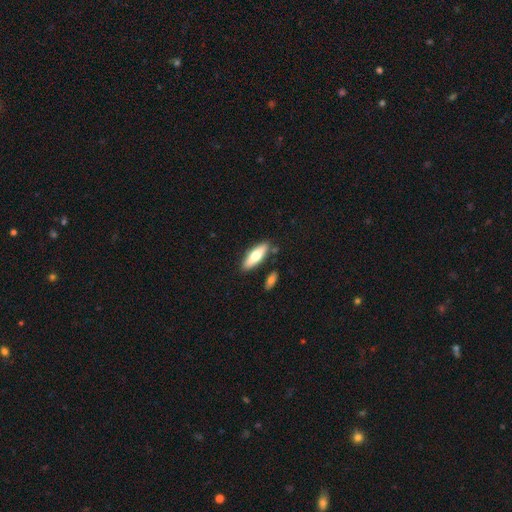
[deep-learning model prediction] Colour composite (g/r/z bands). It shows a smooth galaxy with no disk features (65%) that is in between round and cigar-shaped (52%). Merging: none (83%).